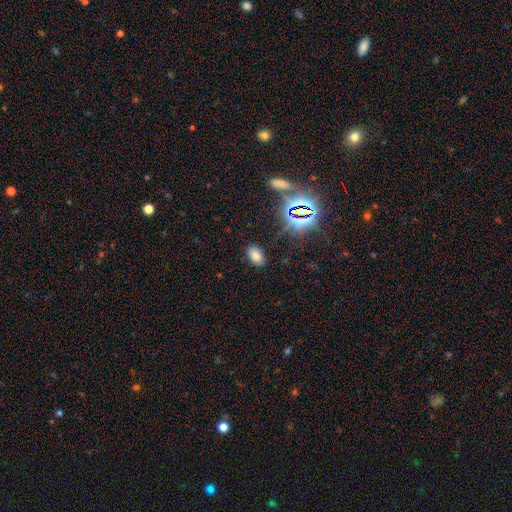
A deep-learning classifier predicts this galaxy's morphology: Smooth or featured?
  - smooth: 71% *
  - star or artifact: 21%
  - featured or disk: 8%
How rounded?
  - in between: 90% *
  - round: 8%
  - cigar-shaped: 2%
Merging?
  - none: 86% *
  - minor disturbance: 9%
  - major disturbance: 3%
  - merger: 2%